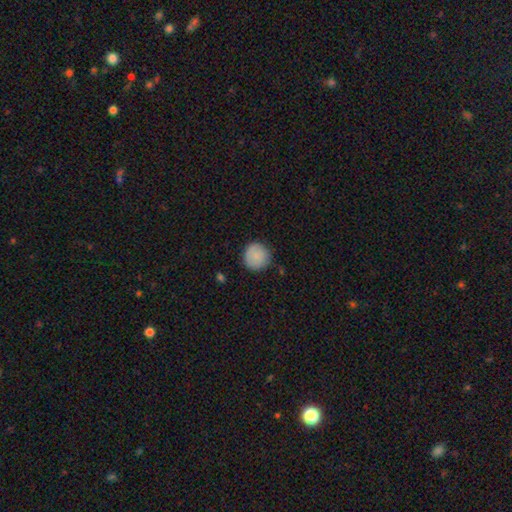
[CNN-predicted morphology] Smooth or featured?
  - smooth: 86% *
  - featured or disk: 7%
  - star or artifact: 7%
How rounded?
  - round: 93% *
  - in between: 6%
  - cigar-shaped: 1%
Merging?
  - none: 84% *
  - minor disturbance: 12%
  - major disturbance: 3%
  - merger: 1%